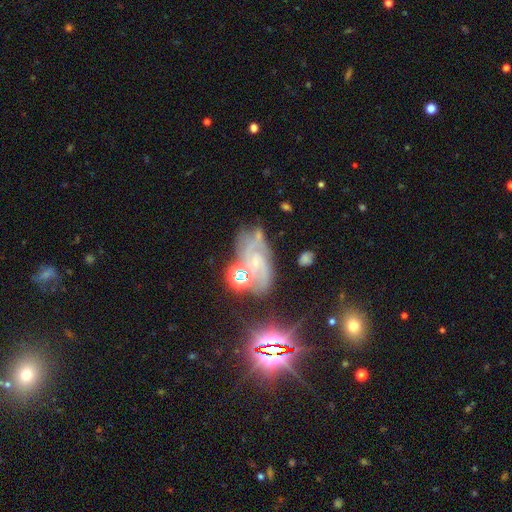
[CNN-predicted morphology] type=featured or disk (60%); edge-on=no (95%); bar=no (65%); spiral arms=yes (79%); bulge=small (52%); merging=none (46%).